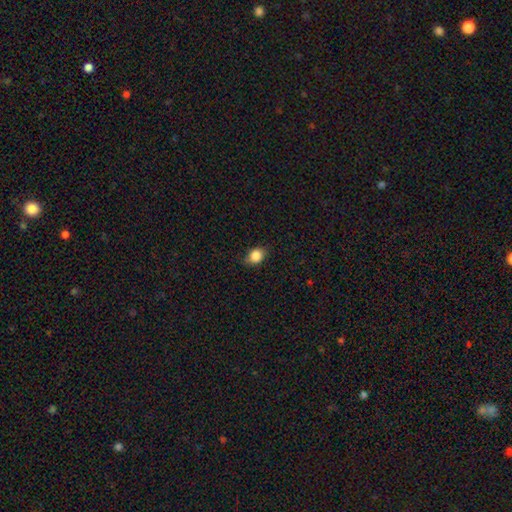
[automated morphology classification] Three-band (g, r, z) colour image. It shows a smooth galaxy with no disk features (86%) that is in between round and cigar-shaped (53%). Merging: none (78%).